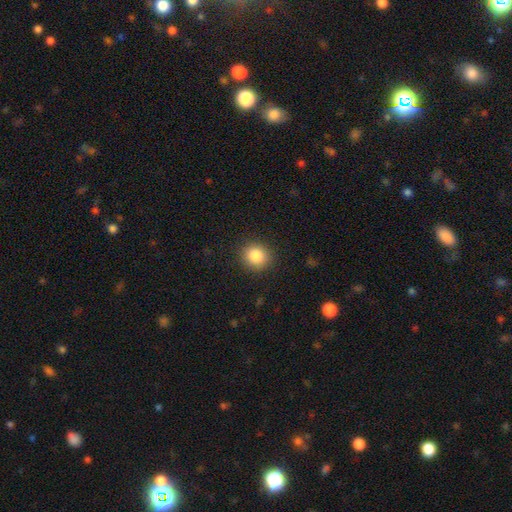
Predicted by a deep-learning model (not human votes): A smooth galaxy with no disk features (86%) that is round (83%). Merging: none (90%).